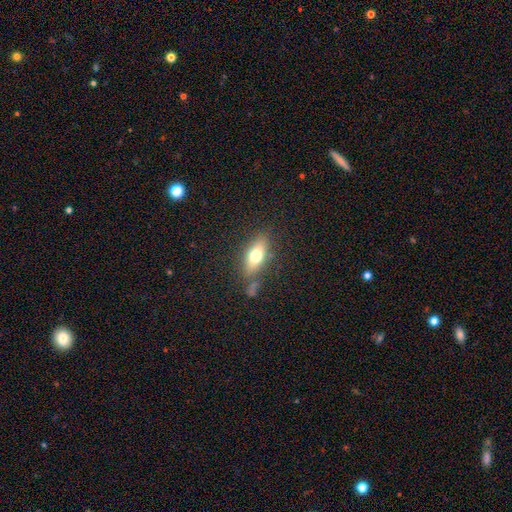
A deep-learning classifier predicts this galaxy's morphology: Q: Smooth or featured?
A: smooth (66%); runner-up: featured or disk (26%)
Q: How rounded?
A: in between (73%); runner-up: cigar-shaped (21%)
Q: Merging?
A: none (71%); runner-up: minor disturbance (16%)